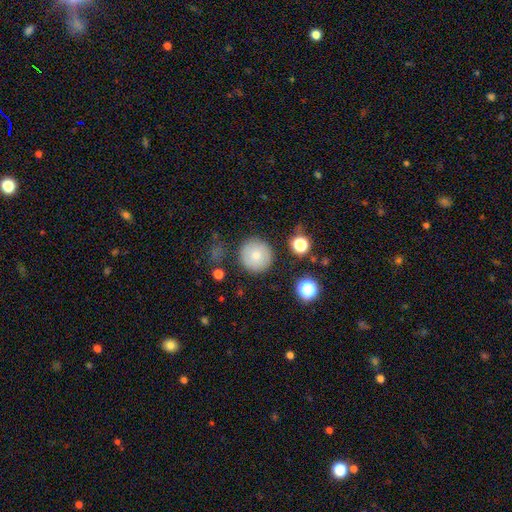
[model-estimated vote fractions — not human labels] This is likely a smooth galaxy (78%). How rounded: clearly round (96%). Merging: clearly none (87%).